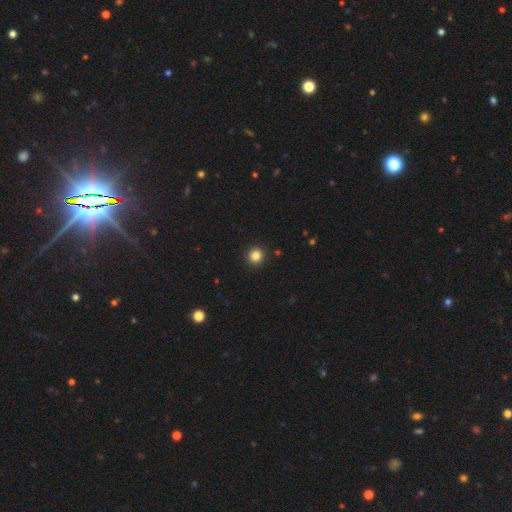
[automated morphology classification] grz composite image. It shows a smooth galaxy with no disk features (84%) that is round (94%). Merging: none (93%).